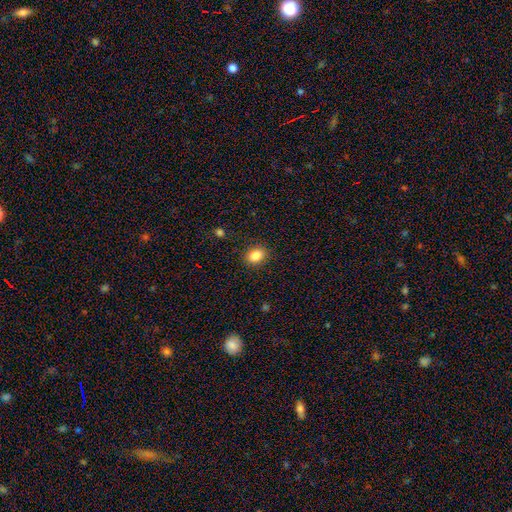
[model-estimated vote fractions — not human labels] The model was most divided on "how rounded": in between: 57%, round: 42%, cigar-shaped: 1%. More confident: merging — none (88%); smooth or featured — smooth (86%).